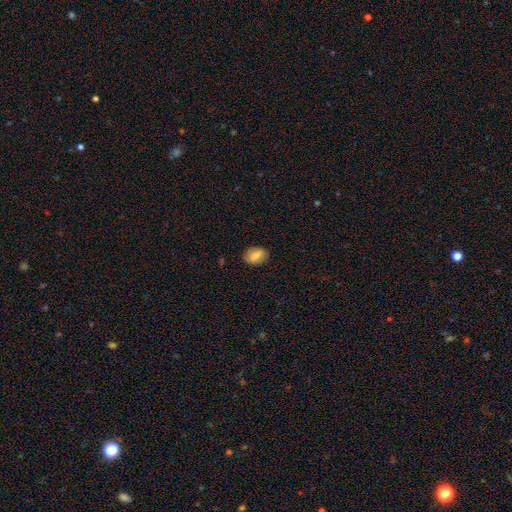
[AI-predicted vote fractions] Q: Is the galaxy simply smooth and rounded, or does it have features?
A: smooth — 76%.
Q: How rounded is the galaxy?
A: in between — 77%.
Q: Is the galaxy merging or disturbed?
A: none — 85%.